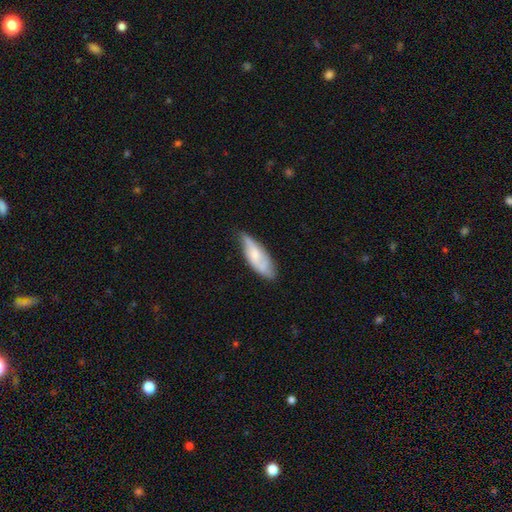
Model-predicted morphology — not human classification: smooth-or-featured: smooth: 53% | featured or disk: 41% | star or artifact: 6%
  how-rounded: in between: 66% | cigar-shaped: 32% | round: 2%
  merging: none: 60% | minor disturbance: 31% | major disturbance: 6% | merger: 2%